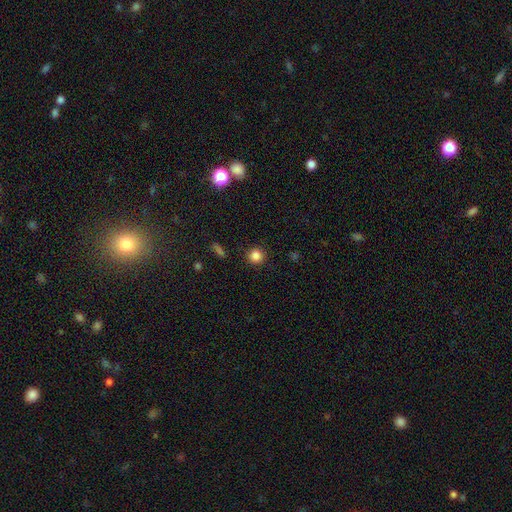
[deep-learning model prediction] Q: Smooth or featured?
A: smooth (84%); runner-up: star or artifact (12%)
Q: How rounded?
A: round (93%); runner-up: in between (6%)
Q: Merging?
A: none (90%); runner-up: minor disturbance (7%)